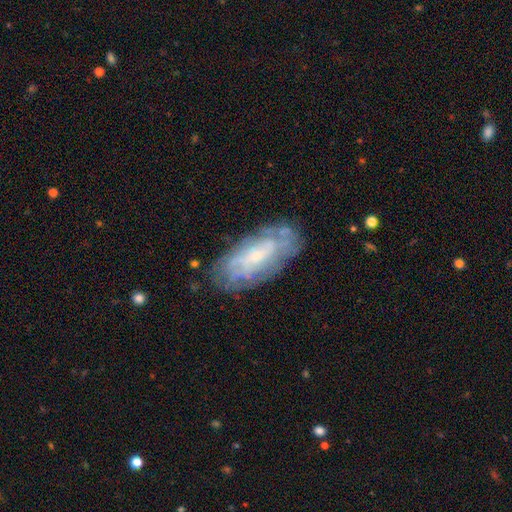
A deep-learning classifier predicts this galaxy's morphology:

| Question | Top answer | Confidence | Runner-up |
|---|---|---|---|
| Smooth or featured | featured or disk | 65% | smooth (27%) |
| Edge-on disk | no | 88% | yes (12%) |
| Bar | no | 64% | weak (29%) |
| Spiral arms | yes | 71% | no (29%) |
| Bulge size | small | 62% | moderate (27%) |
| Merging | none | 73% | minor disturbance (19%) |